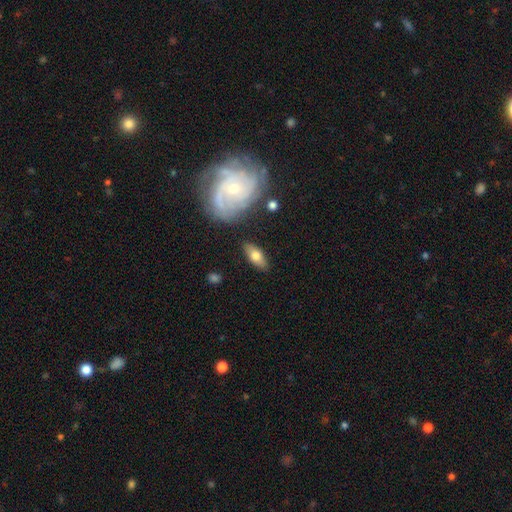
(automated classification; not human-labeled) This is likely a smooth galaxy (64%). How rounded: likely in between (79%). Merging: clearly none (82%).